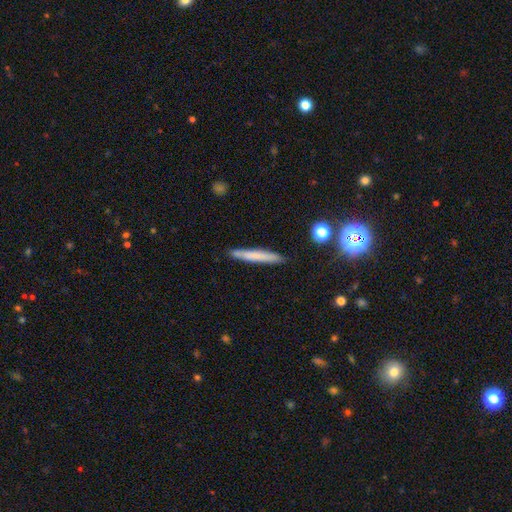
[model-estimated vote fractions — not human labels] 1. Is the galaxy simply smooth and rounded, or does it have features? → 66% smooth, 26% featured or disk, 8% star or artifact.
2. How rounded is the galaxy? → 95% cigar-shaped, 3% in between, 1% round.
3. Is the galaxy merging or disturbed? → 85% none, 10% minor disturbance, 2% merger, 2% major disturbance.